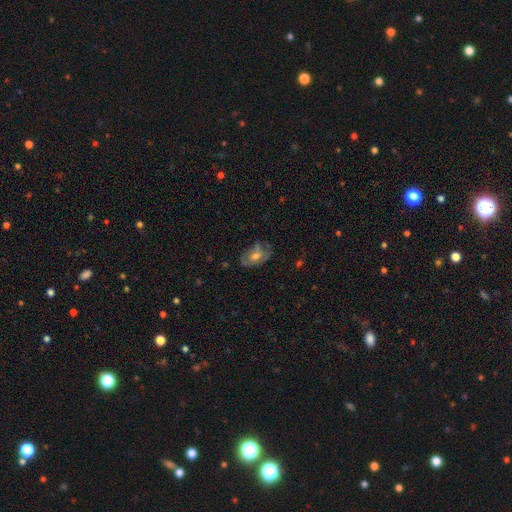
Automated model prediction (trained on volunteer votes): This appears to be a featured or disk galaxy (55%) with no bar (74%), spiral arms (57%) and a moderate central bulge (63%). Merging: none (58%).